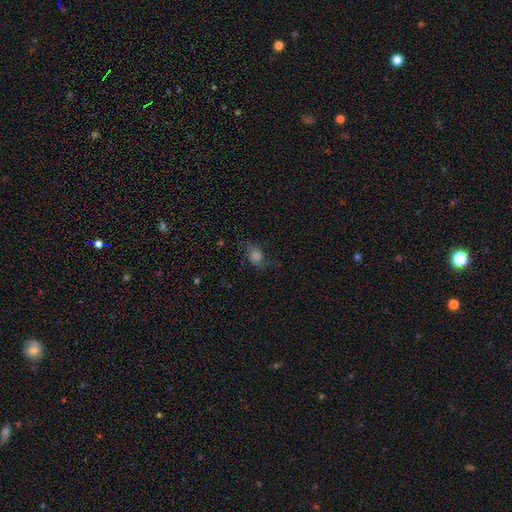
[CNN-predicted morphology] Smooth or featured: smooth — 41% (featured or disk — 39%)
Merging: none — 64% (minor disturbance — 19%)